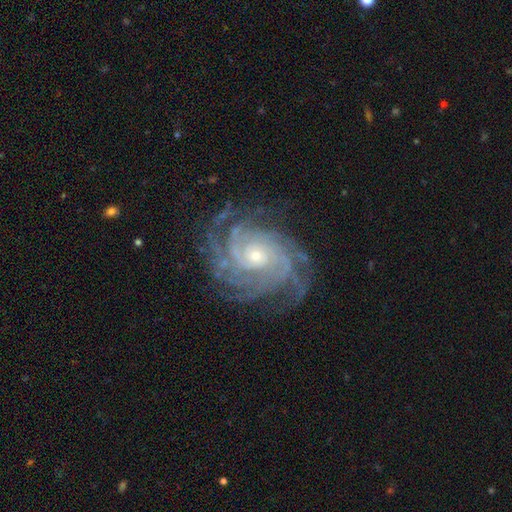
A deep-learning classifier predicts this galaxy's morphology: This appears to be a featured or disk galaxy (91%) with no bar (72%), 4 (25%) tight (73%) spiral arms (98%) and a small central bulge (64%). Merging: none (78%).